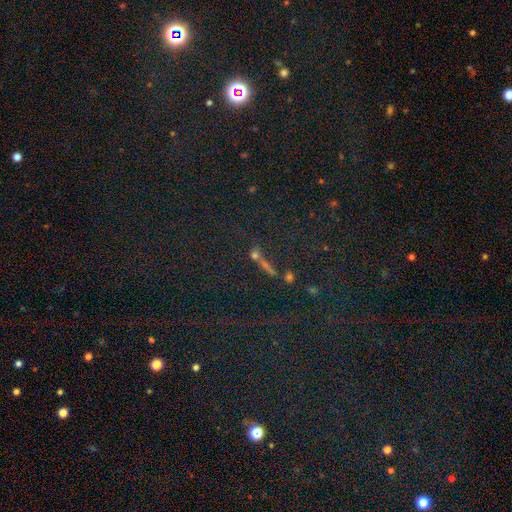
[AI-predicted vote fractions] Overall: star or artifact (46%; smooth 32%).